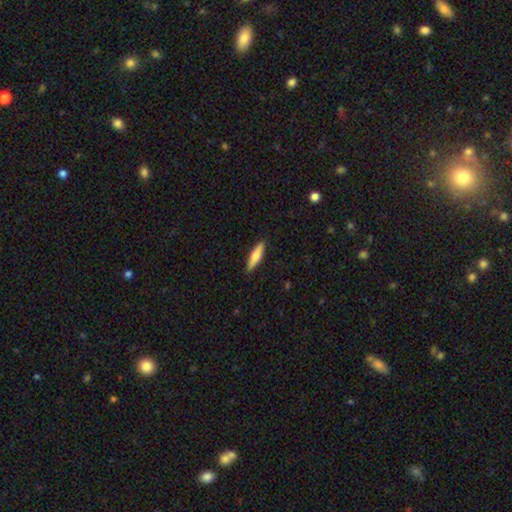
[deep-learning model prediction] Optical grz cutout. It shows a smooth galaxy with no disk features (67%) that is cigar-shaped (72%). Merging: none (89%).